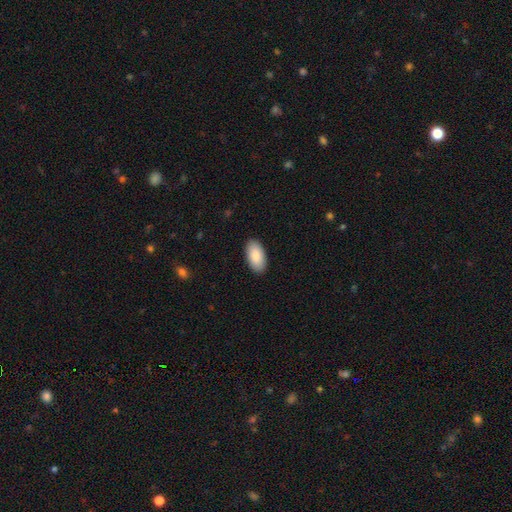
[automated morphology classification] smooth_or_featured: smooth (p=0.88) [alt: featured or disk p=0.06]
how_rounded: in between (p=0.96) [alt: cigar-shaped p=0.02]
merging: none (p=0.90) [alt: minor disturbance p=0.08]